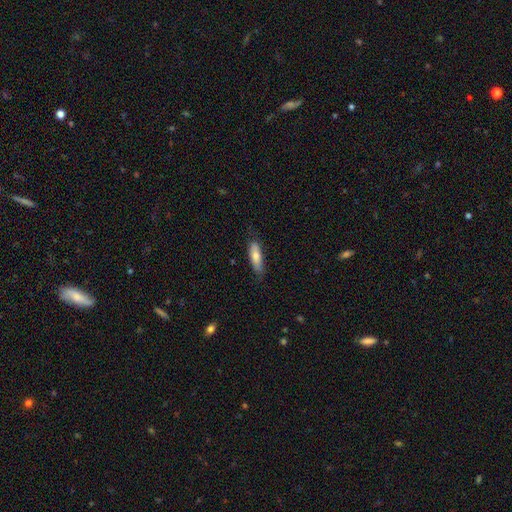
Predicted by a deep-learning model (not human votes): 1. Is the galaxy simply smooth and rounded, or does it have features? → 73% smooth, 21% featured or disk, 6% star or artifact.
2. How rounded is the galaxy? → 54% in between, 44% cigar-shaped, 2% round.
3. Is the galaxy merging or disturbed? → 73% none, 21% minor disturbance, 4% major disturbance, 1% merger.